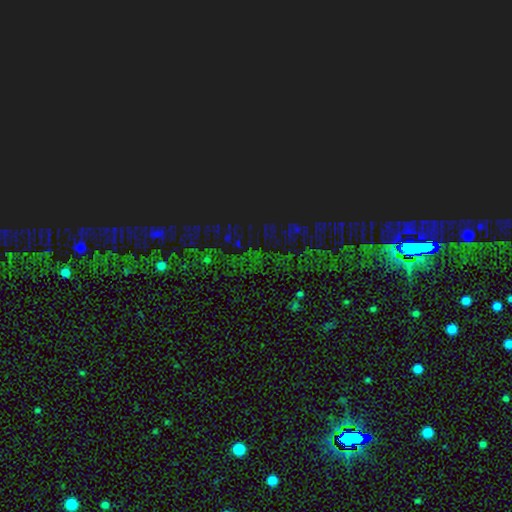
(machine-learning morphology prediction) A star or artifact, not a galaxy (83%).